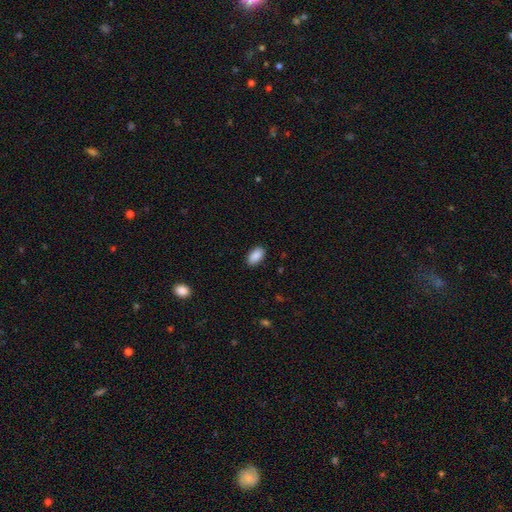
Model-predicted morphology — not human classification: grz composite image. It shows a smooth galaxy with no disk features (89%) that is in between round and cigar-shaped (94%). Merging: none (88%).